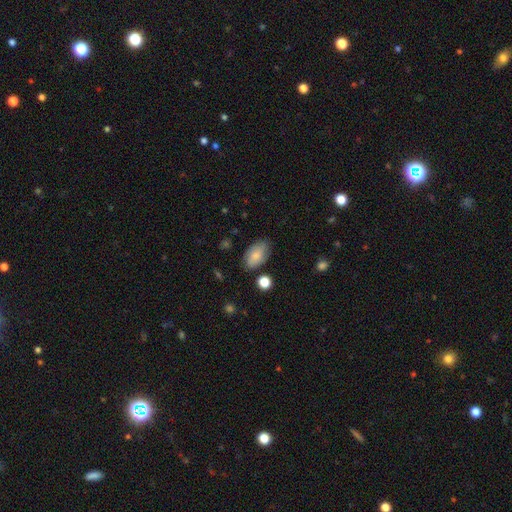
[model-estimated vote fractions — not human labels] smooth-or-featured: smooth: 76% | featured or disk: 17% | star or artifact: 7%
  how-rounded: in between: 92% | round: 6% | cigar-shaped: 2%
  merging: none: 78% | minor disturbance: 16% | major disturbance: 4% | merger: 3%